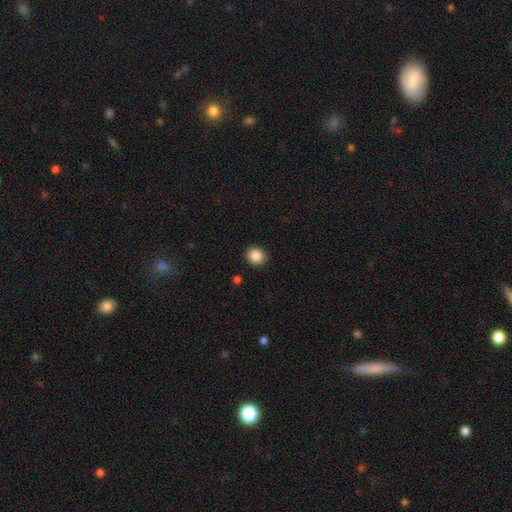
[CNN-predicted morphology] Smooth or featured: smooth — 87% (star or artifact — 9%)
How rounded: round — 80% (in between — 19%)
Merging: none — 91% (minor disturbance — 6%)